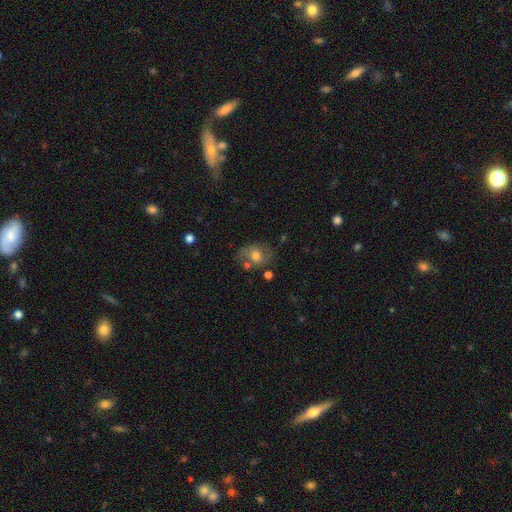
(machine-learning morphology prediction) Smooth or featured? Predicted: smooth (p=0.55). How rounded? Predicted: in between (p=0.51). Merging? Predicted: none (p=0.57).